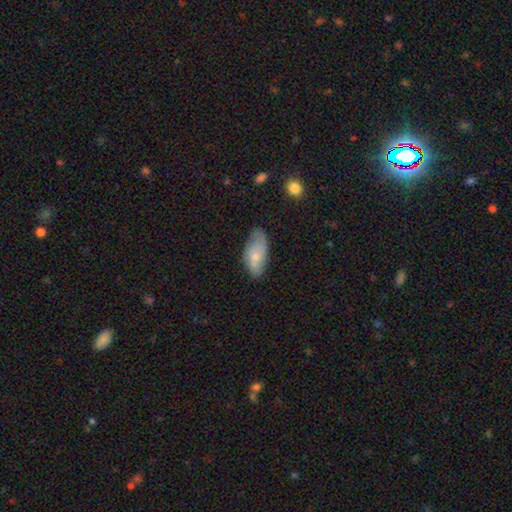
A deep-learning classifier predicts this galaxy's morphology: A smooth galaxy with no disk features (72%) that is in between round and cigar-shaped (91%). Merging: none (57%).